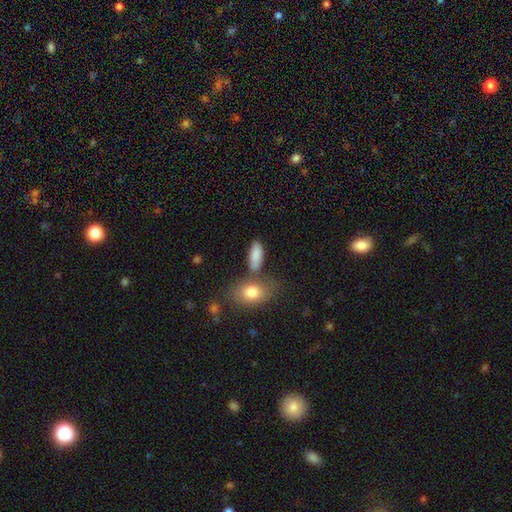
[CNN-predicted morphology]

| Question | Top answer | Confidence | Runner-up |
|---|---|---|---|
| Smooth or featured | smooth | 85% | star or artifact (7%) |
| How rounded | in between | 81% | cigar-shaped (14%) |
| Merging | none | 63% | merger (16%) |